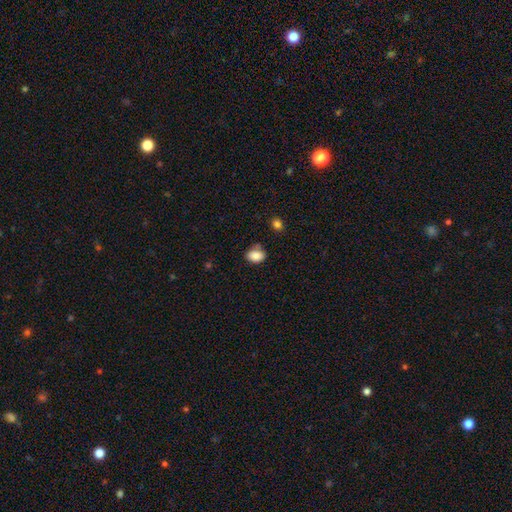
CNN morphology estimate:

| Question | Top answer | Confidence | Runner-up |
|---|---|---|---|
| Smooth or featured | smooth | 87% | star or artifact (9%) |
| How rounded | in between | 79% | round (19%) |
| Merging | none | 68% | minor disturbance (21%) |